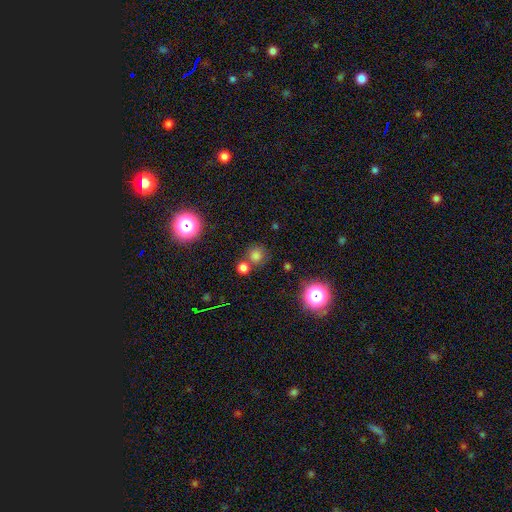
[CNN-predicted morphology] A smooth galaxy with no disk features (70%) that is round (89%).

Vote fractions:
- Smooth or featured? smooth: 70% / star or artifact: 23% / featured or disk: 7%
- How rounded? round: 89% / in between: 10% / cigar-shaped: 1%
- Merging? none: 68% / merger: 18% / minor disturbance: 10% / major disturbance: 4%